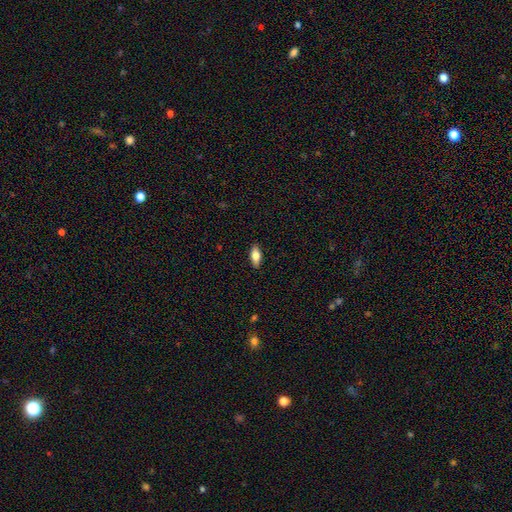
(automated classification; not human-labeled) smooth-or-featured: smooth: 74% | featured or disk: 20% | star or artifact: 7%
  how-rounded: in between: 79% | cigar-shaped: 19% | round: 3%
  merging: none: 89% | minor disturbance: 8% | major disturbance: 2% | merger: 1%